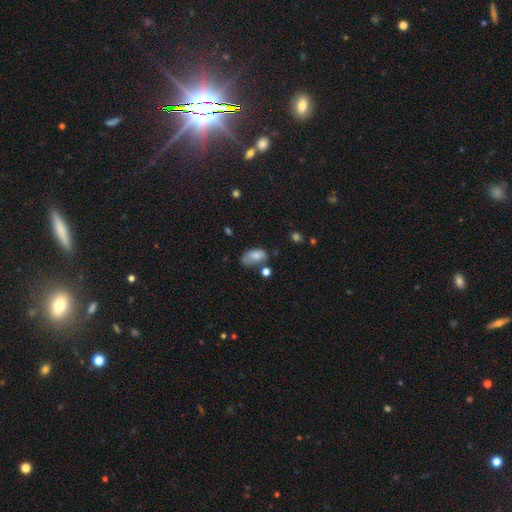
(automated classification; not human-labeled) Smooth or featured? smooth (78%)
How rounded? in between (92%)
Merging? none (42%)